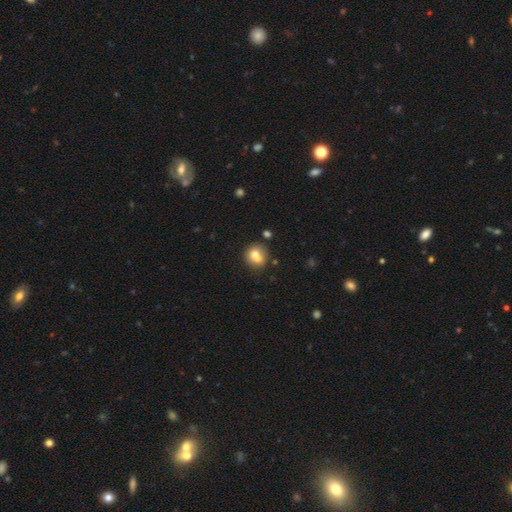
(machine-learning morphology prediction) The model was most divided on "merging": none: 57%, merger: 23%, minor disturbance: 15%, major disturbance: 5%. More confident: smooth or featured — smooth (75%); how rounded — round (69%).